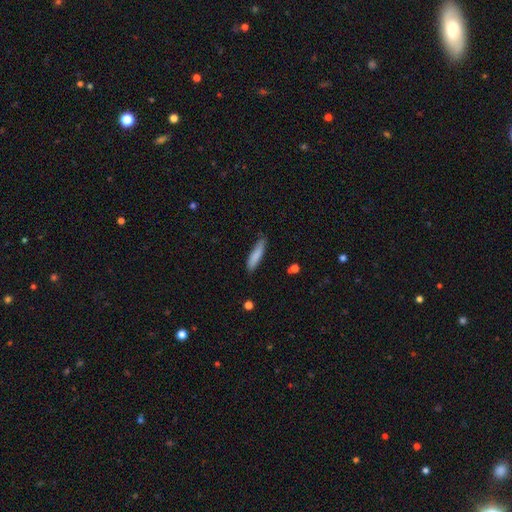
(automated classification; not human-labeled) Smooth or featured? Predicted: smooth (p=0.82). How rounded? Predicted: cigar-shaped (p=0.77). Merging? Predicted: none (p=0.77).